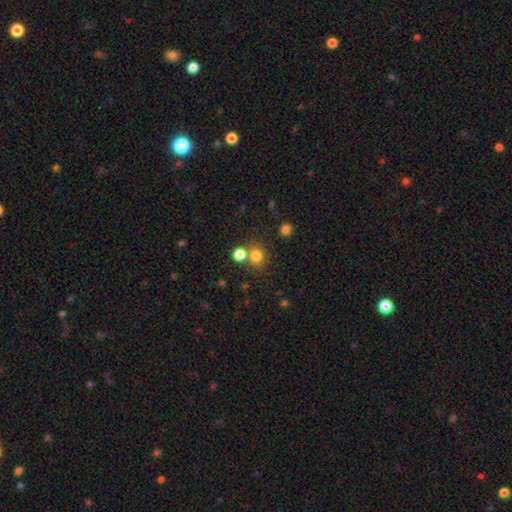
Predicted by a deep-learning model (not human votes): Overall: smooth (78%). How rounded: round (84%). Merging: none (69%).